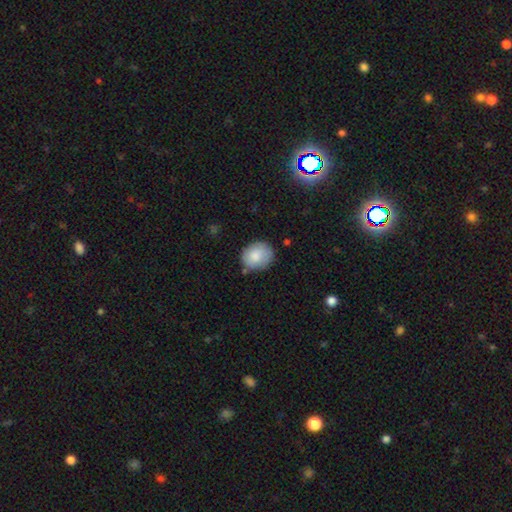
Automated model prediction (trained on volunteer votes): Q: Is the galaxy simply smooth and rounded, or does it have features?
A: smooth — 82%.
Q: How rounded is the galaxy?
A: round — 63%.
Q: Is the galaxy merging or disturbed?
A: none — 74%.